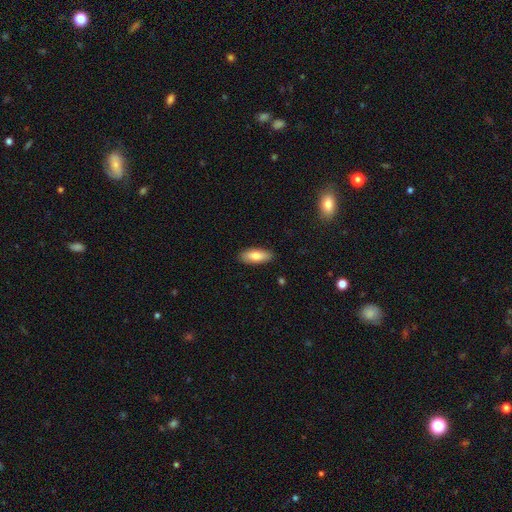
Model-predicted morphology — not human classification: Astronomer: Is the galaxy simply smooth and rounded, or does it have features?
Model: smooth — 81%.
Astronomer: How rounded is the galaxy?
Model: in between — 80%.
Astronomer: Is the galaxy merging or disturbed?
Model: none — 88%.